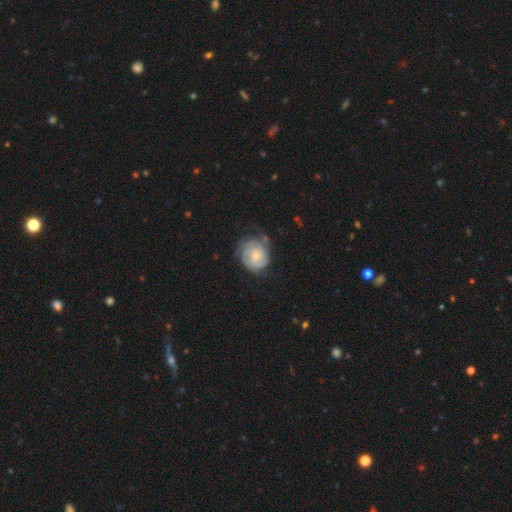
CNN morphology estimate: smooth-or-featured: featured or disk: 74% | smooth: 20% | star or artifact: 6%
  disk-edge-on: no: 98% | yes: 2%
    bar: no: 65% | weak: 31% | strong: 4%
    has-spiral-arms: yes: 95% | no: 5%
      spiral-winding: tight: 63% | medium: 29% | loose: 8%
      spiral-arm-count: 2: 29% | can't tell: 28% | 3: 26% | 4: 8% | 1: 5% | more than 4: 4%
    bulge-size: small: 51% | moderate: 31% | none: 12% | large: 4% | dominant: 1%
  merging: none: 61% | minor disturbance: 25% | major disturbance: 12% | merger: 2%